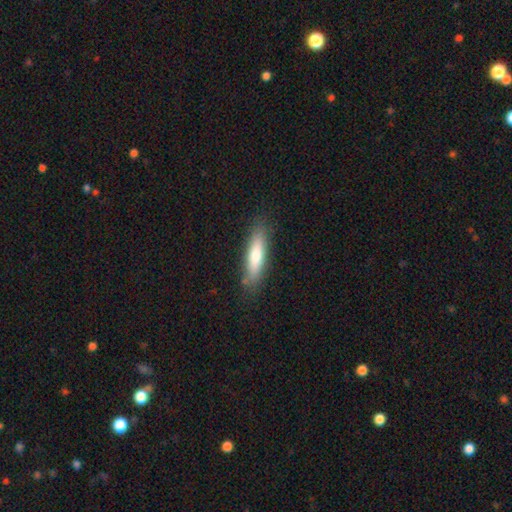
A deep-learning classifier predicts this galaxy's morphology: A smooth galaxy with no disk features (68%) that is cigar-shaped (75%). Merging: none (84%).